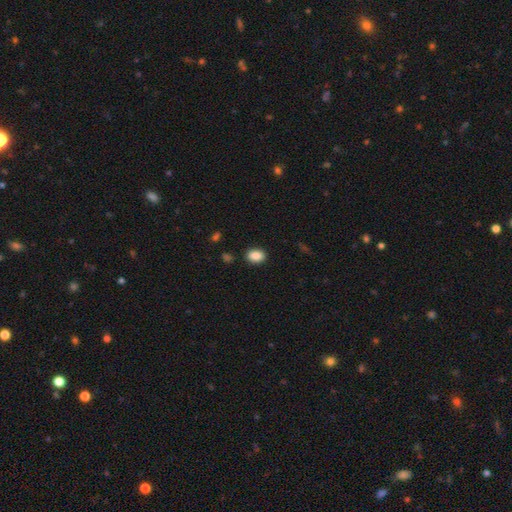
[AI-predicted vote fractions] smooth-or-featured: smooth: 88% | star or artifact: 8% | featured or disk: 4%
  how-rounded: in between: 80% | round: 19% | cigar-shaped: 1%
  merging: none: 88% | minor disturbance: 8% | major disturbance: 2% | merger: 1%